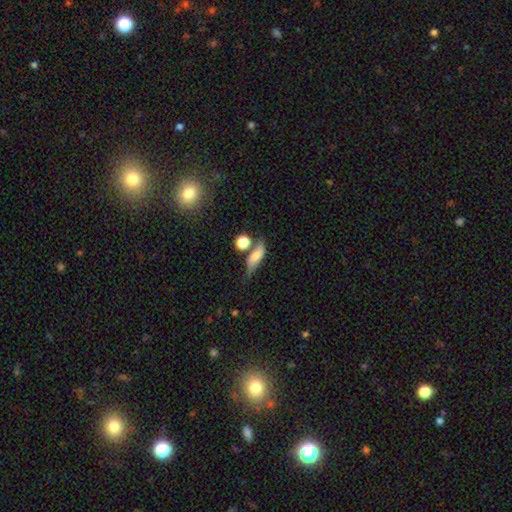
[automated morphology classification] Smooth or featured?
  - smooth: 56% *
  - featured or disk: 34%
  - star or artifact: 10%
How rounded?
  - in between: 61% *
  - cigar-shaped: 28%
  - round: 11%
Merging?
  - none: 43% *
  - minor disturbance: 24%
  - merger: 20%
  - major disturbance: 13%